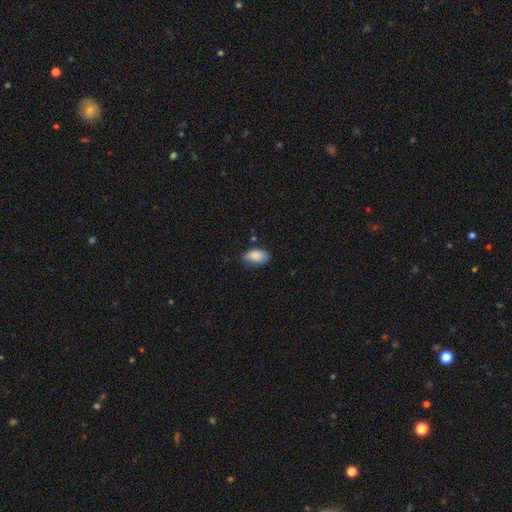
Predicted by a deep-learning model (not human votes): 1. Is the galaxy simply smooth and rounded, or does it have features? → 87% smooth, 7% star or artifact, 6% featured or disk.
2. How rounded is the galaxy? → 92% in between, 7% round, 2% cigar-shaped.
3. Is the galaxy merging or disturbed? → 67% none, 26% minor disturbance, 5% major disturbance, 2% merger.